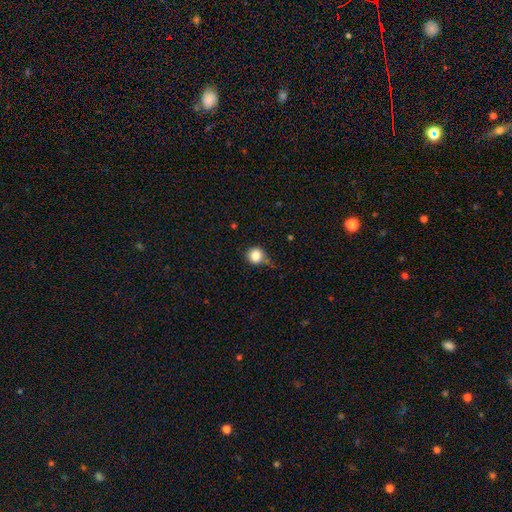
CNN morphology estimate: smooth 85%, star or artifact 11%, featured or disk 5%. Down the decision tree: how rounded — round (91%); merging — none (66%).